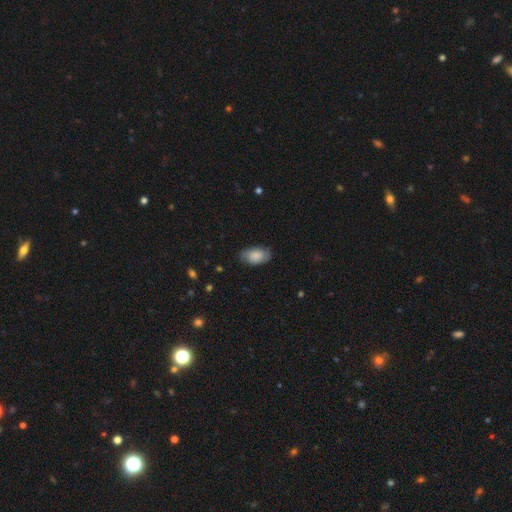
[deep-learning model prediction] Smooth or featured? smooth (73%)
How rounded? in between (93%)
Merging? none (76%)